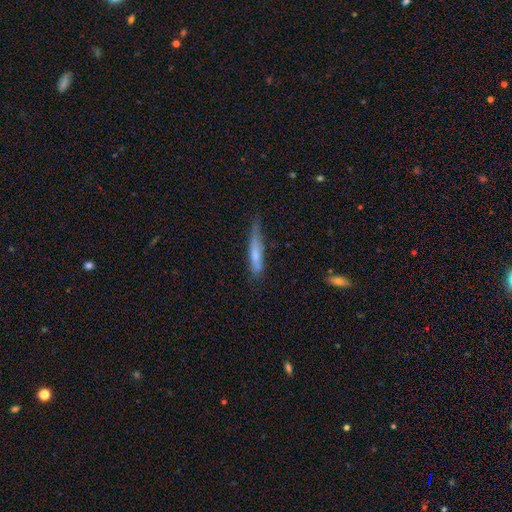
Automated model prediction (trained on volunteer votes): Morphology: type=smooth (63%); roundness=cigar-shaped (89%); merging=none (56%).